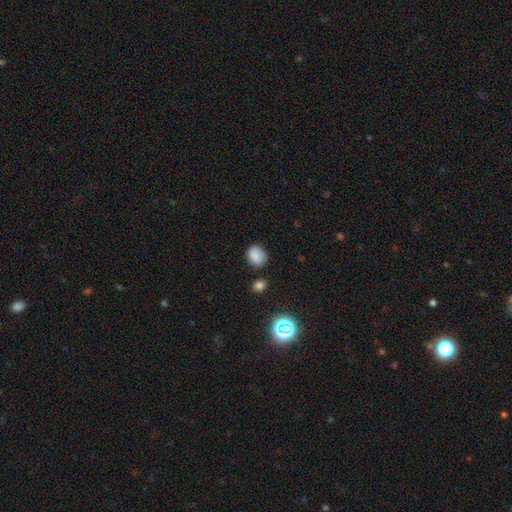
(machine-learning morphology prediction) Smooth or featured? Predicted: smooth (p=0.84). How rounded? Predicted: round (p=0.50). Merging? Predicted: none (p=0.75).